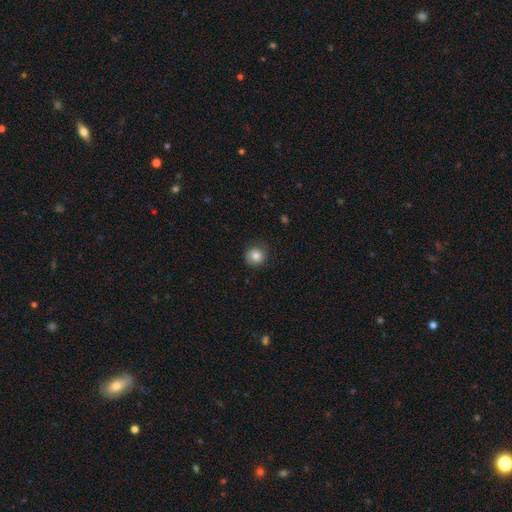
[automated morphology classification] smooth-or-featured: smooth: 82% | star or artifact: 10% | featured or disk: 8%
  how-rounded: round: 91% | in between: 8% | cigar-shaped: 1%
  merging: none: 82% | minor disturbance: 13% | major disturbance: 4% | merger: 1%